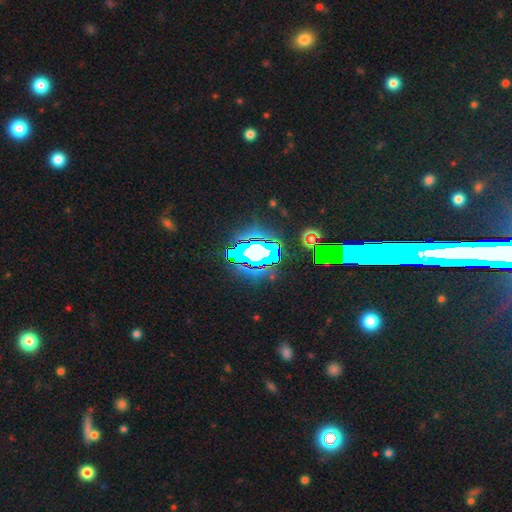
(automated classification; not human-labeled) A star or artifact, not a galaxy (57%).